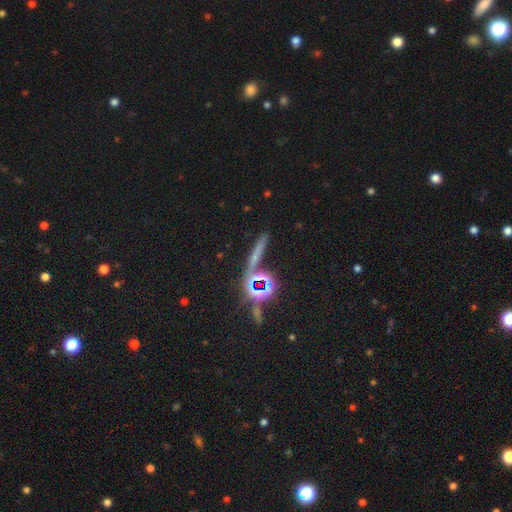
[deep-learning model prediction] This is marginally a star or artifact rather than a galaxy (44%).